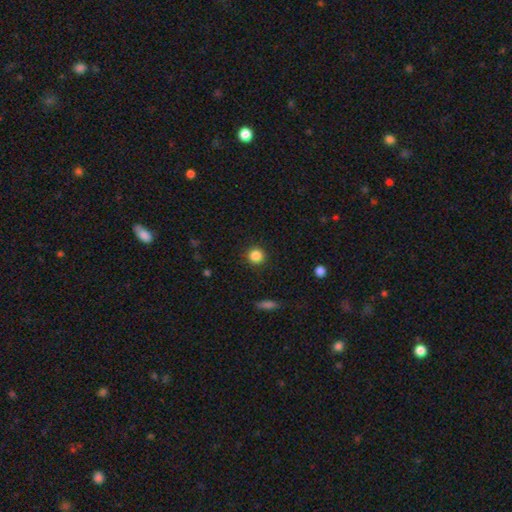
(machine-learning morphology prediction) A smooth galaxy with no disk features (85%) that is round (93%).

Vote fractions:
- Smooth or featured? smooth: 85% / star or artifact: 11% / featured or disk: 4%
- How rounded? round: 93% / in between: 6% / cigar-shaped: 1%
- Merging? none: 91% / minor disturbance: 6% / major disturbance: 2% / merger: 1%